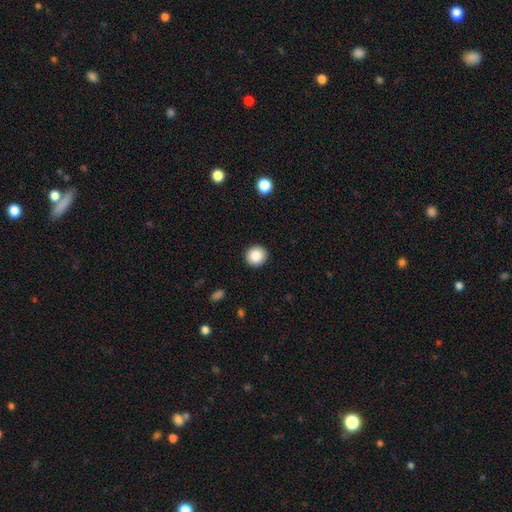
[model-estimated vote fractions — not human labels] smooth-or-featured: smooth: 87% | star or artifact: 9% | featured or disk: 4%
  how-rounded: round: 91% | in between: 8% | cigar-shaped: 1%
  merging: none: 92% | minor disturbance: 5% | major disturbance: 2% | merger: 1%